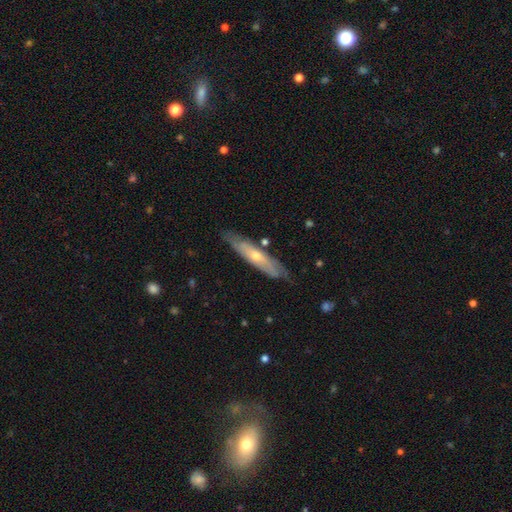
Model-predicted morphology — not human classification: This is possibly a featured or disk galaxy (59%). It is likely viewed edge-on (61%). Merging: likely none (78%).